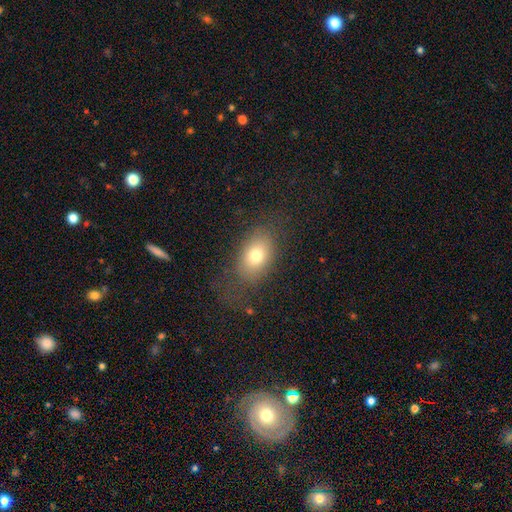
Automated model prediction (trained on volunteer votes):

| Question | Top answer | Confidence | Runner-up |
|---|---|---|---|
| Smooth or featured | smooth | 73% | featured or disk (16%) |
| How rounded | in between | 82% | round (16%) |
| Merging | none | 69% | minor disturbance (17%) |